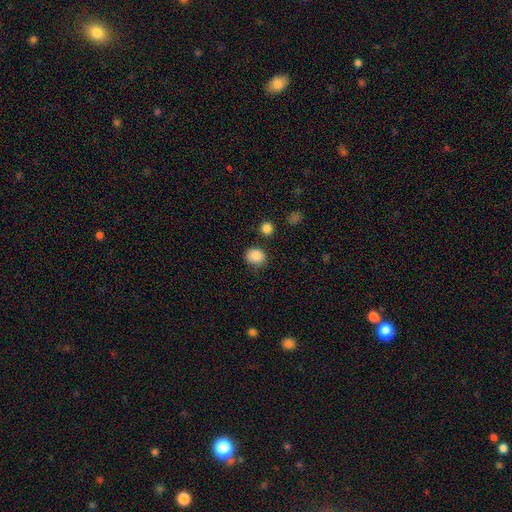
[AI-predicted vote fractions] The model was most divided on "how rounded": round: 70%, in between: 29%, cigar-shaped: 1%. More confident: smooth or featured — smooth (86%); merging — none (81%).